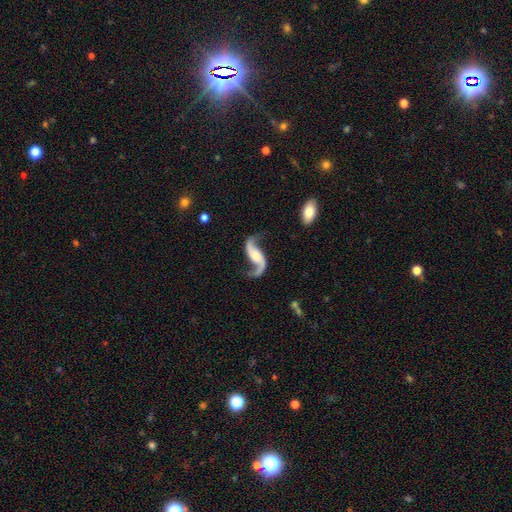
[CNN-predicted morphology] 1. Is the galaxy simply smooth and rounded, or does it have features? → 91% featured or disk, 5% smooth, 4% star or artifact.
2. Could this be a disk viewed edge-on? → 96% no, 4% yes.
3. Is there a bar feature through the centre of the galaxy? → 48% no, 33% weak, 20% strong.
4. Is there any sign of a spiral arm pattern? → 97% yes, 3% no.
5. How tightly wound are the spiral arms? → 85% loose, 12% medium, 3% tight.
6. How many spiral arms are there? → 92% 2, 4% 1, 1% can't tell, 1% 3, 1% 4, 1% more than 4.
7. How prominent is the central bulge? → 32% small, 30% moderate, 21% none, 14% large, 3% dominant.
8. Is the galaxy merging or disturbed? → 72% none, 14% minor disturbance, 11% major disturbance, 3% merger.